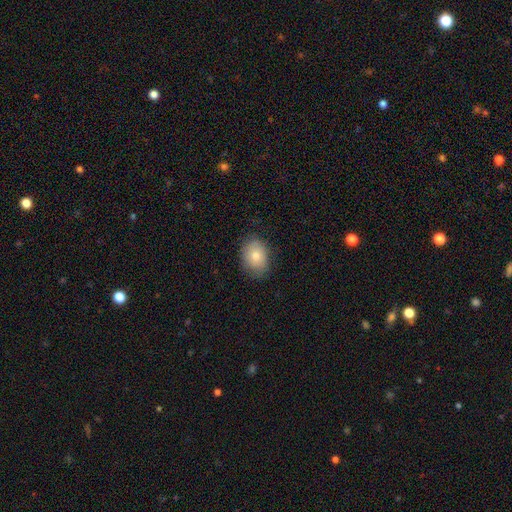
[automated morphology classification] A smooth galaxy with no disk features (76%) that is in between round and cigar-shaped (65%).

Vote fractions:
- Smooth or featured? smooth: 76% / featured or disk: 15% / star or artifact: 9%
- How rounded? in between: 65% / round: 34% / cigar-shaped: 1%
- Merging? none: 80% / minor disturbance: 16% / major disturbance: 3% / merger: 1%